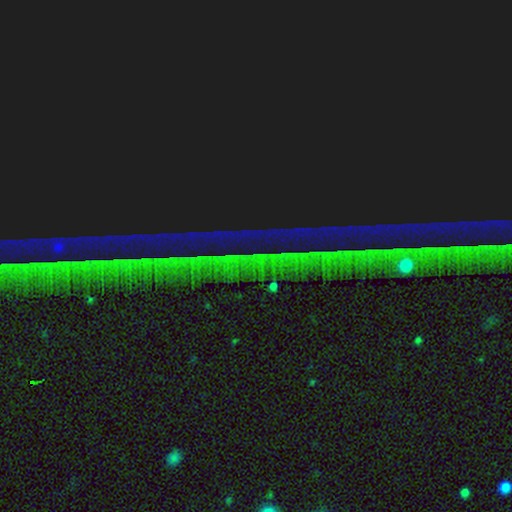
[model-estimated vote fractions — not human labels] smooth_or_featured: star or artifact (p=0.88) [alt: featured or disk p=0.07]